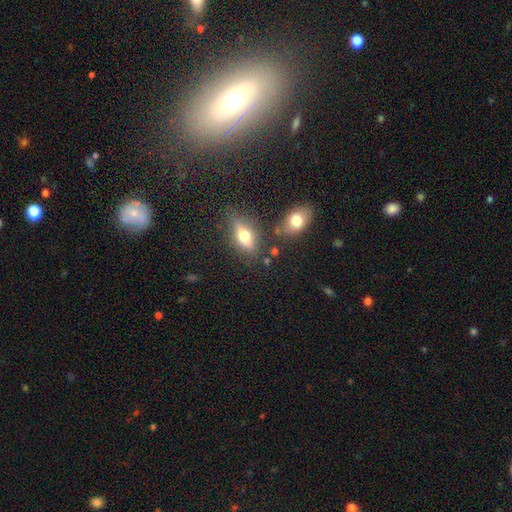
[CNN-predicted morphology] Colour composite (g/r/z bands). It shows a smooth galaxy with no disk features (44%). Merging: none (71%).